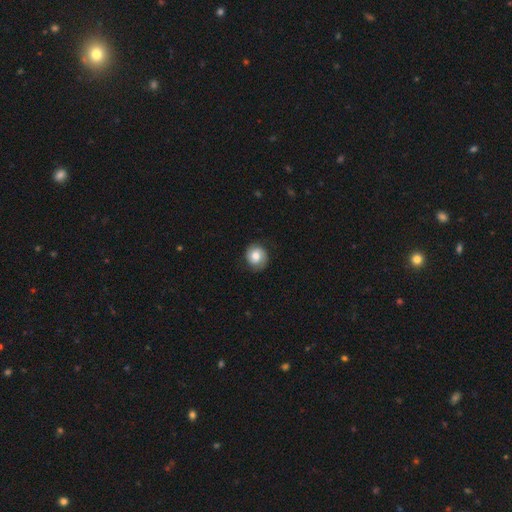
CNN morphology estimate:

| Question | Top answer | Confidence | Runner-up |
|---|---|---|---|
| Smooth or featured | smooth | 60% | featured or disk (33%) |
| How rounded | round | 80% | in between (19%) |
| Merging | none | 79% | minor disturbance (15%) |